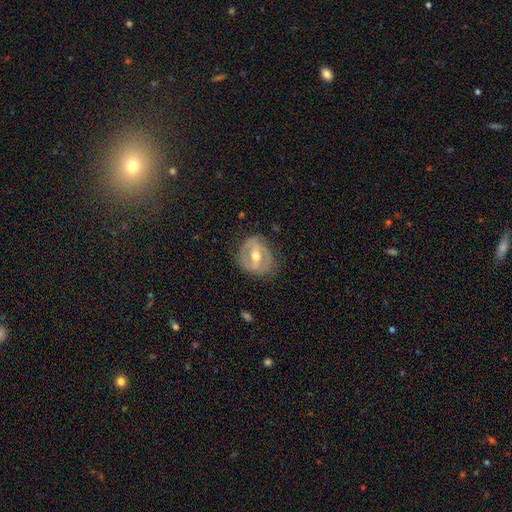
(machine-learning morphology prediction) smooth-or-featured: featured or disk: 77% | smooth: 18% | star or artifact: 5%
  disk-edge-on: no: 95% | yes: 5%
    bar: strong: 47% | weak: 38% | no: 14%
    has-spiral-arms: yes: 72% | no: 28%
      spiral-winding: tight: 47% | medium: 38% | loose: 15%
      spiral-arm-count: 2: 76% | can't tell: 14% | 1: 5% | 3: 3% | 4: 1% | more than 4: 1%
    bulge-size: moderate: 76% | small: 17% | large: 5% | none: 1% | dominant: 1%
  merging: none: 76% | minor disturbance: 17% | major disturbance: 6% | merger: 1%